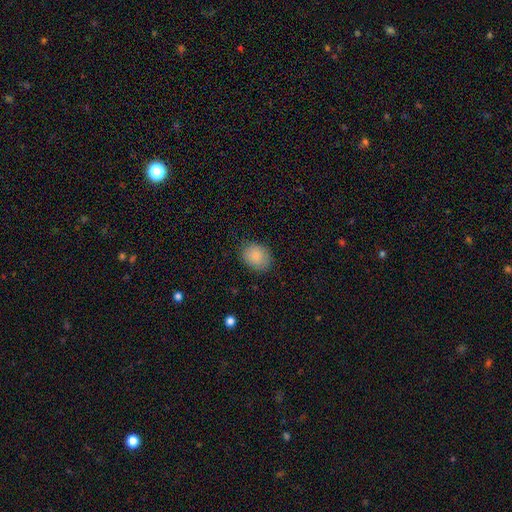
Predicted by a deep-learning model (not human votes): Smooth or featured? Predicted: smooth (p=0.83). How rounded? Predicted: in between (p=0.53). Merging? Predicted: none (p=0.82).